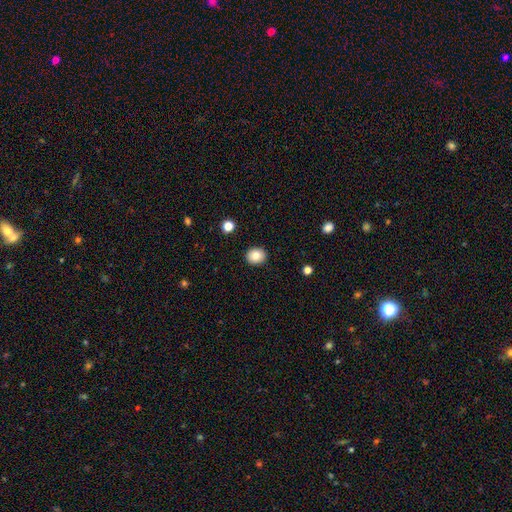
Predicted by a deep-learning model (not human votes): A smooth galaxy with no disk features (81%) that is round (71%). Merging: none (91%).